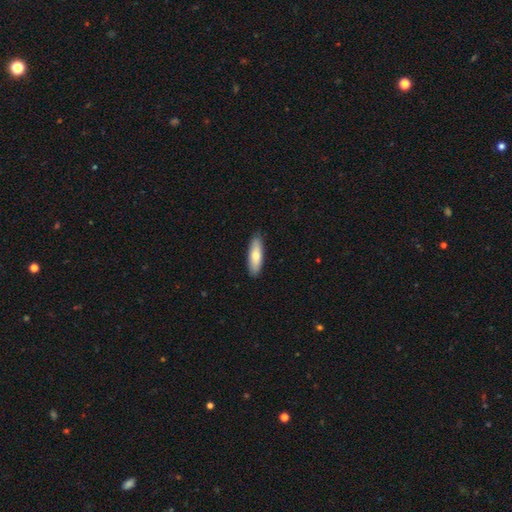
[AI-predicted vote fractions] smooth_or_featured: smooth (p=0.72) [alt: featured or disk p=0.22]
how_rounded: in between (p=0.52) [alt: cigar-shaped p=0.47]
merging: none (p=0.89) [alt: minor disturbance p=0.09]